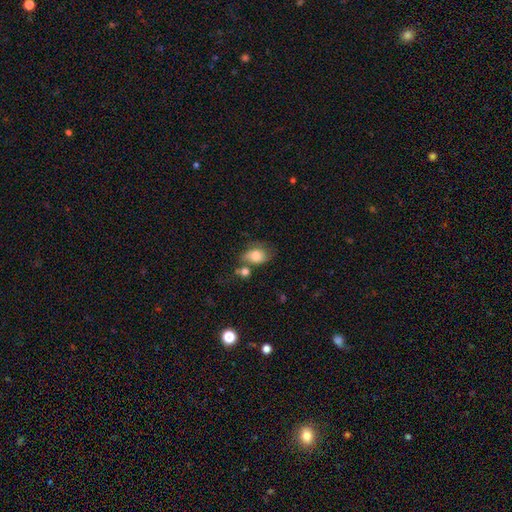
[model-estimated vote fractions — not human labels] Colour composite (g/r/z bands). It shows a smooth galaxy with no disk features (74%) that is in between round and cigar-shaped (72%). Merging: none (39%).